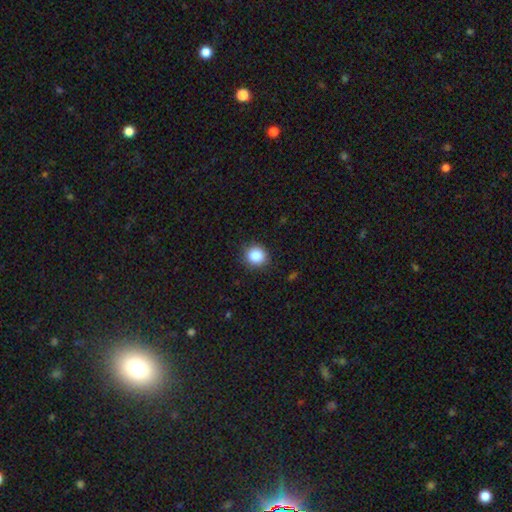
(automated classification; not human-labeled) Smooth or featured?
  - smooth: 87% *
  - star or artifact: 10%
  - featured or disk: 4%
How rounded?
  - round: 85% *
  - in between: 14%
  - cigar-shaped: 1%
Merging?
  - none: 87% *
  - minor disturbance: 9%
  - major disturbance: 2%
  - merger: 1%